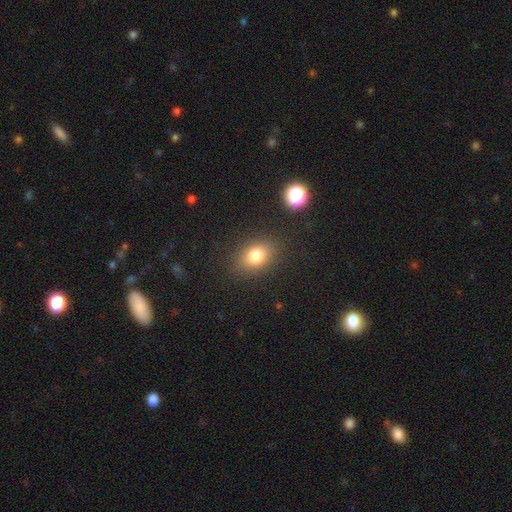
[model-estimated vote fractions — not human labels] smooth_or_featured: smooth (p=0.78) [alt: star or artifact p=0.13]
how_rounded: in between (p=0.67) [alt: round p=0.31]
merging: none (p=0.84) [alt: minor disturbance p=0.10]